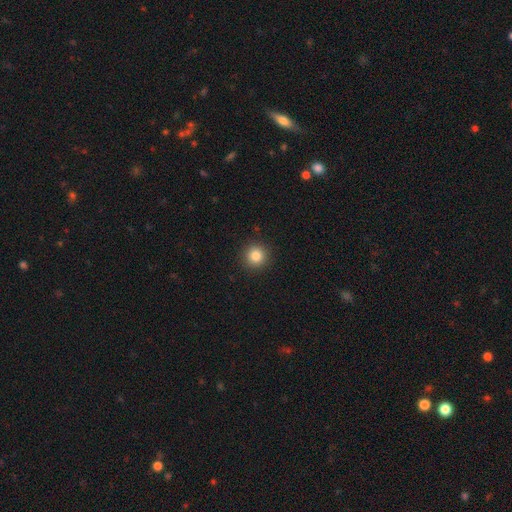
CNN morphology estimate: Q: Smooth or featured?
A: smooth (84%); runner-up: star or artifact (11%)
Q: How rounded?
A: round (94%); runner-up: in between (5%)
Q: Merging?
A: none (92%); runner-up: minor disturbance (5%)